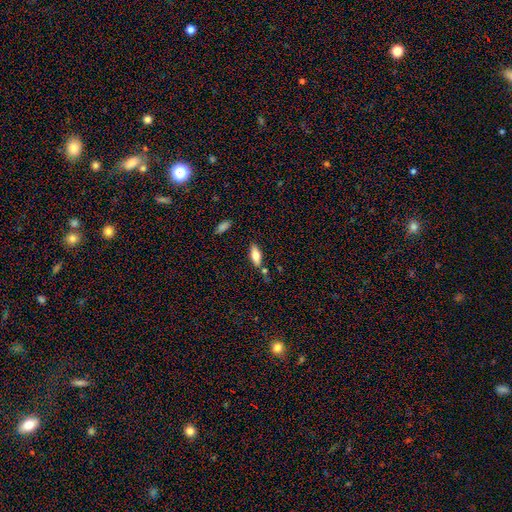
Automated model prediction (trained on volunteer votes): This is likely a smooth galaxy (75%). How rounded: likely in between (76%). Merging: likely none (75%).